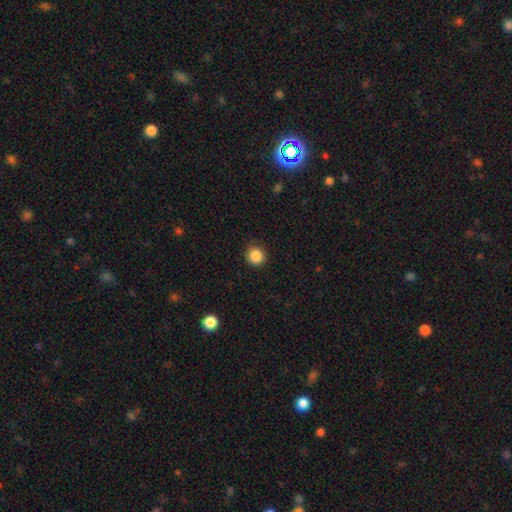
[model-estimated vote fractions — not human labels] Smooth or featured? smooth (87%)
How rounded? round (93%)
Merging? none (89%)